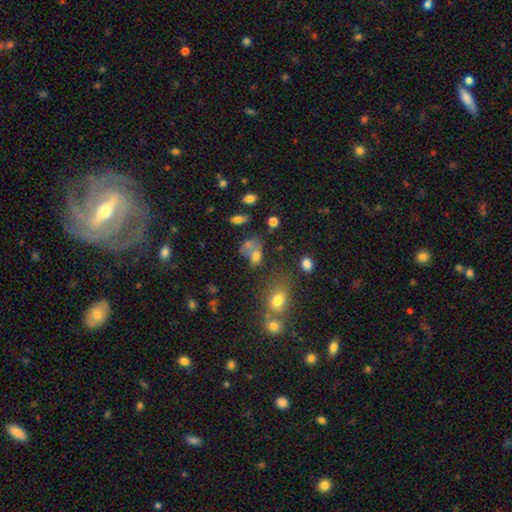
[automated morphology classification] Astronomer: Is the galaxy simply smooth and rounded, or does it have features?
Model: smooth — 65%.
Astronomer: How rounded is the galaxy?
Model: in between — 63%.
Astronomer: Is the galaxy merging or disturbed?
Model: merger — 36% (runner-up: none, 32%).